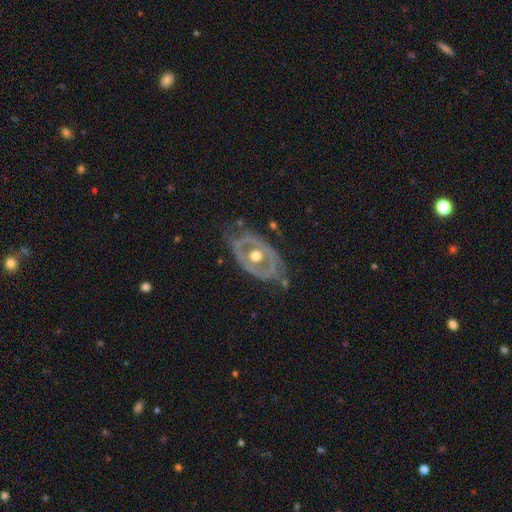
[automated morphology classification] type=featured or disk (76%); edge-on=no (93%); bar=no (84%); spiral arms=no (66%); bulge=moderate (80%); merging=none (58%).